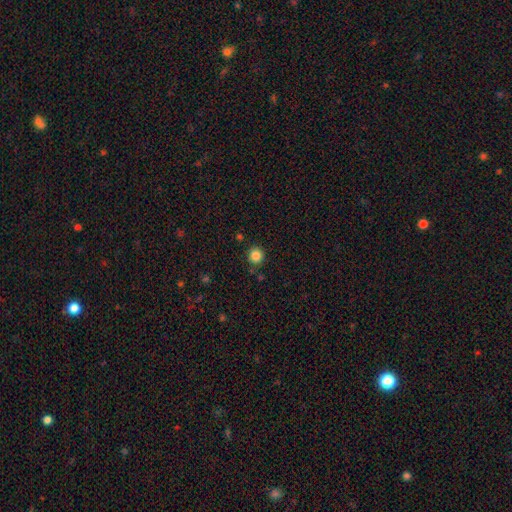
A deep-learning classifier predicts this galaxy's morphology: smooth 85%, star or artifact 11%, featured or disk 4%. Down the decision tree: how rounded — round (93%); merging — none (88%).